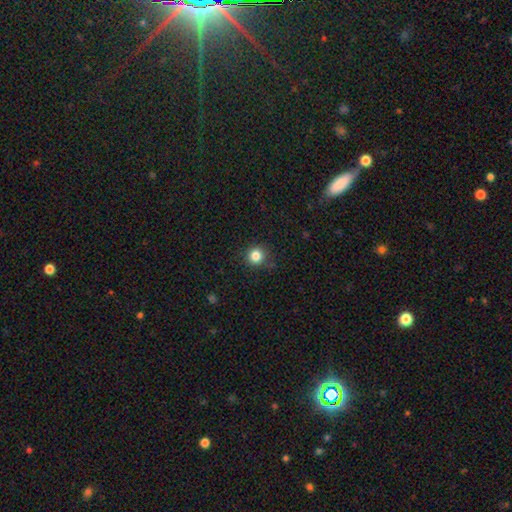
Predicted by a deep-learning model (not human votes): Smooth or featured?
  - smooth: 83% *
  - star or artifact: 12%
  - featured or disk: 5%
How rounded?
  - round: 94% *
  - in between: 6%
  - cigar-shaped: 1%
Merging?
  - none: 88% *
  - minor disturbance: 8%
  - major disturbance: 2%
  - merger: 1%